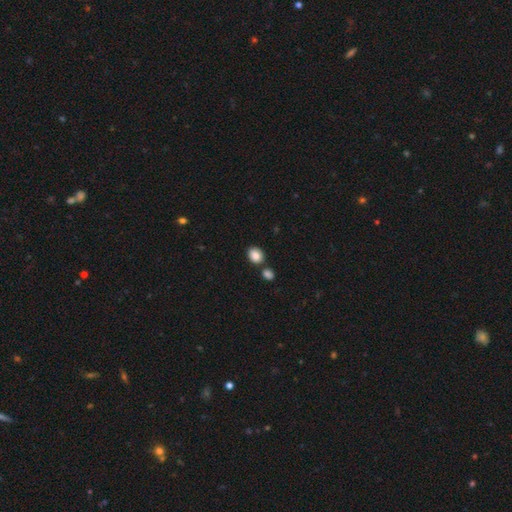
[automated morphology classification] This appears to be a smooth galaxy with no disk features (85%) that is in between round and cigar-shaped (54%). Merging: none (74%).